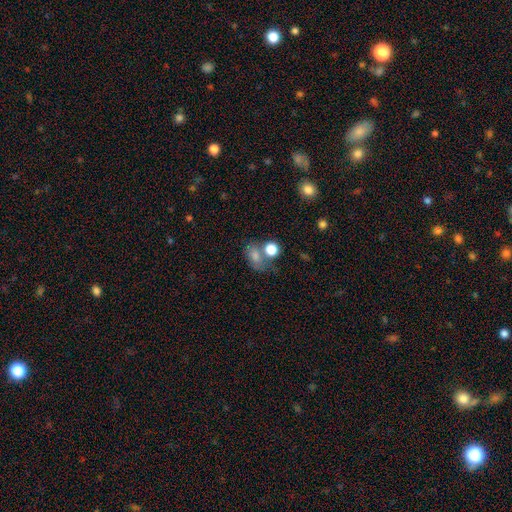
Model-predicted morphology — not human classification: smooth_or_featured: smooth (p=0.75) [alt: featured or disk p=0.13]
how_rounded: in between (p=0.70) [alt: round p=0.28]
merging: none (p=0.41) [alt: merger p=0.34]